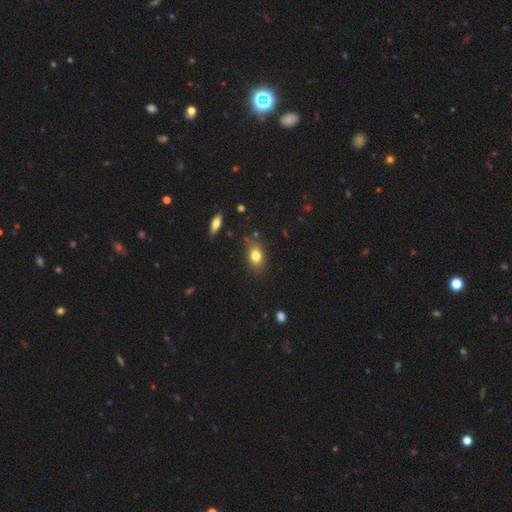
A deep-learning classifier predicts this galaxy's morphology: Overall: smooth (81%). How rounded: in between (76%). Merging: none (79%).